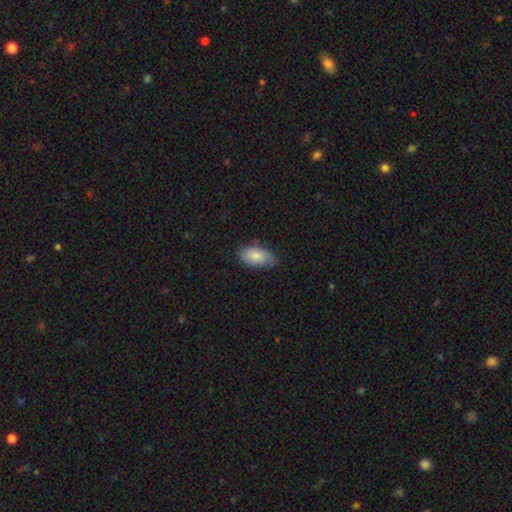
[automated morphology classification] The model was most divided on "merging": none: 69%, minor disturbance: 26%, major disturbance: 4%, merger: 1%. More confident: how rounded — in between (93%); smooth or featured — smooth (80%).